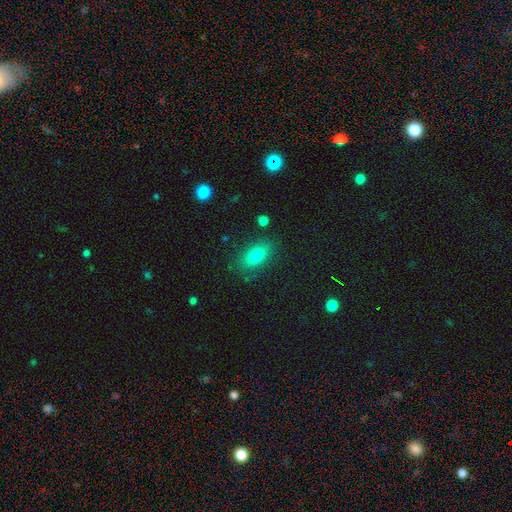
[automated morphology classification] Smooth or featured?
  - smooth: 80% *
  - featured or disk: 12%
  - star or artifact: 9%
How rounded?
  - in between: 84% *
  - cigar-shaped: 10%
  - round: 6%
Merging?
  - none: 82% *
  - minor disturbance: 12%
  - major disturbance: 4%
  - merger: 2%